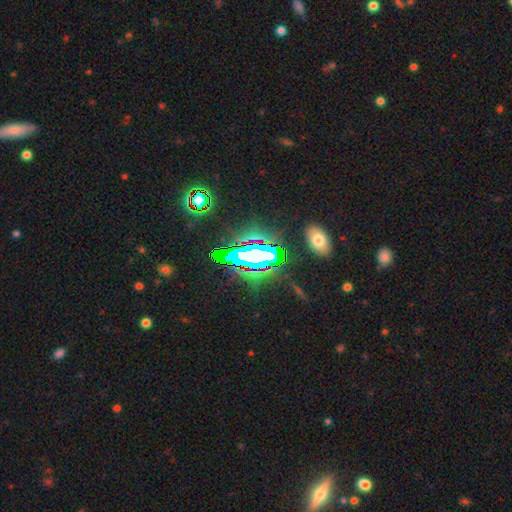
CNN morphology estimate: A star or artifact, not a galaxy (68%).

Vote fractions:
- Smooth or featured? star or artifact: 68% / smooth: 17% / featured or disk: 15%